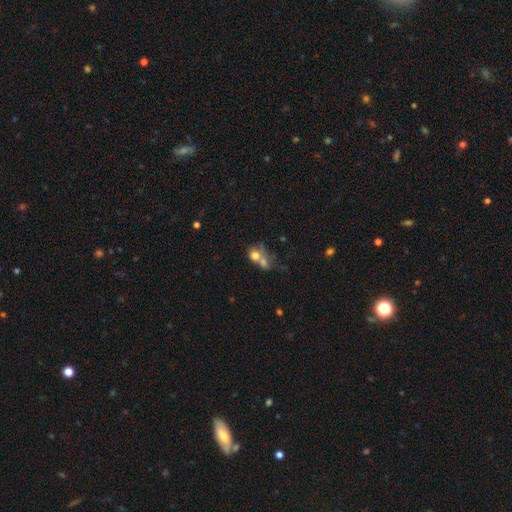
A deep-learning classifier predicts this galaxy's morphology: Smooth or featured? smooth (68%)
How rounded? round (65%)
Merging? merger (64%)